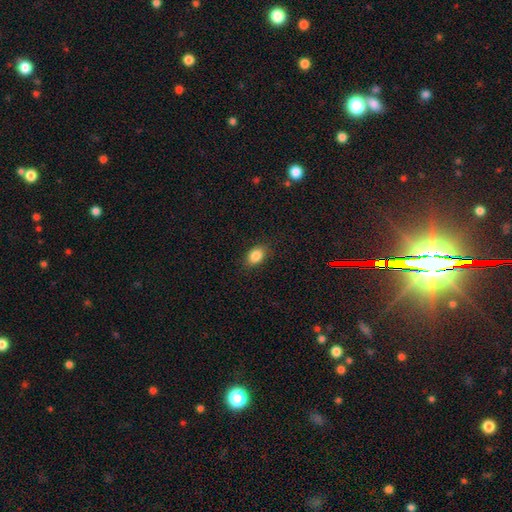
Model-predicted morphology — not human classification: This appears to be a smooth galaxy with no disk features (87%) that is in between round and cigar-shaped (77%). Merging: none (86%).